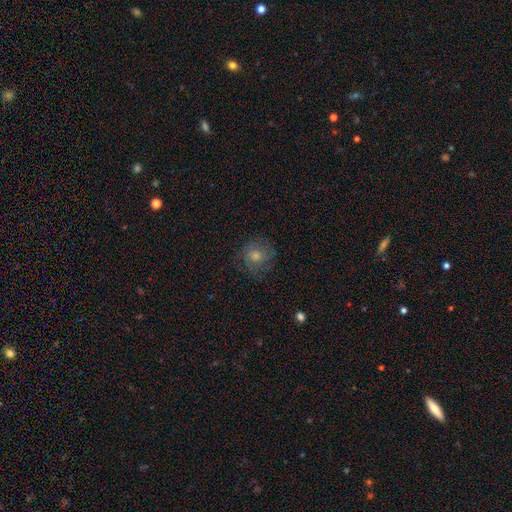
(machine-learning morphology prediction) This is possibly a smooth galaxy (48%). Merging: likely none (78%).